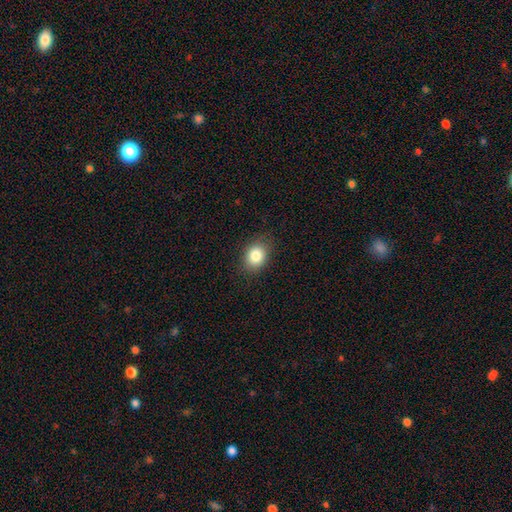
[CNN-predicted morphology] Smooth or featured?
  - smooth: 83% *
  - star or artifact: 9%
  - featured or disk: 7%
How rounded?
  - in between: 60% *
  - round: 39%
  - cigar-shaped: 1%
Merging?
  - none: 84% *
  - minor disturbance: 12%
  - major disturbance: 3%
  - merger: 1%